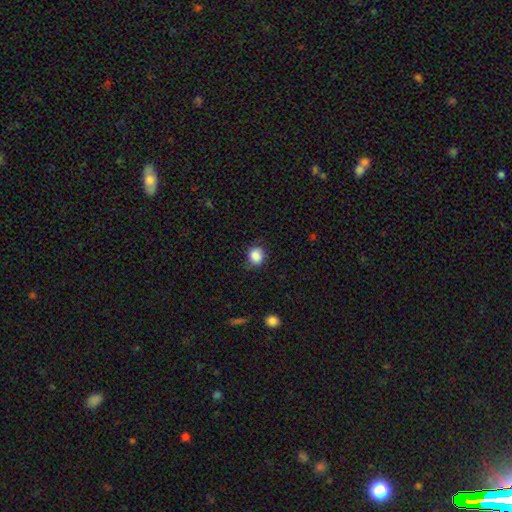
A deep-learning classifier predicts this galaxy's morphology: A smooth galaxy with no disk features (86%) that is round (73%).

Vote fractions:
- Smooth or featured? smooth: 86% / star or artifact: 9% / featured or disk: 5%
- How rounded? round: 73% / in between: 26% / cigar-shaped: 1%
- Merging? none: 74% / minor disturbance: 20% / major disturbance: 5% / merger: 1%